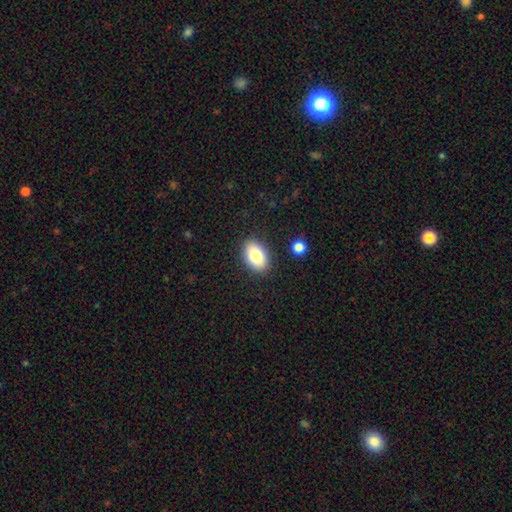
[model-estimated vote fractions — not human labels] smooth 81%, featured or disk 11%, star or artifact 8%. Down the decision tree: how rounded — in between (88%); merging — none (88%).